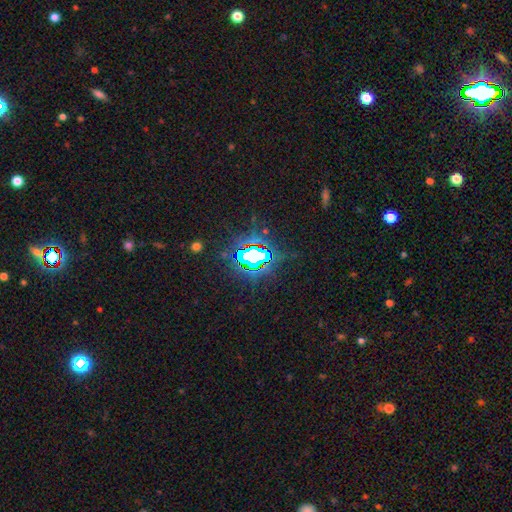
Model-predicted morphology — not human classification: smooth-or-featured: star or artifact: 74% | smooth: 14% | featured or disk: 12%